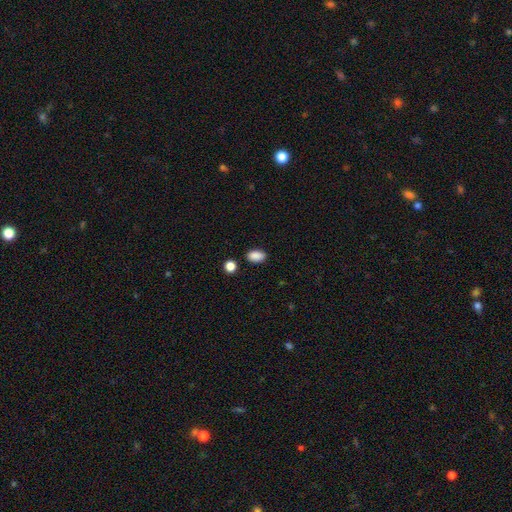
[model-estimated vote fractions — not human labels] Overall: smooth (88%). How rounded: in between (89%). Merging: none (84%).